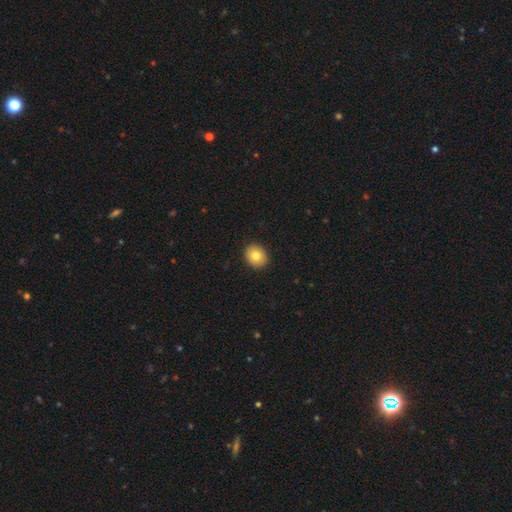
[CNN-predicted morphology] type=smooth (80%); roundness=round (65%); merging=none (91%).